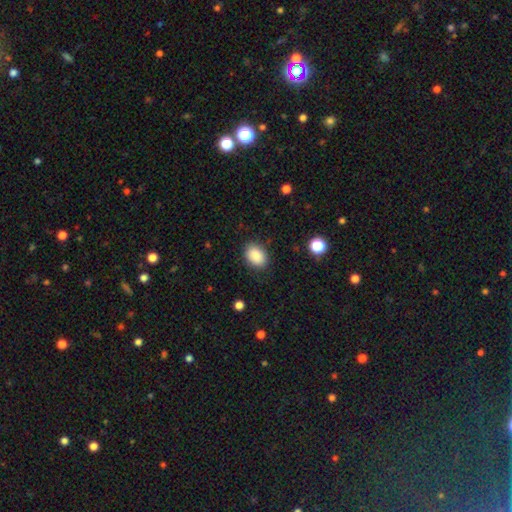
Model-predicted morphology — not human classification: Smooth or featured: smooth — 88% (star or artifact — 8%)
How rounded: in between — 76% (round — 23%)
Merging: none — 85% (minor disturbance — 10%)